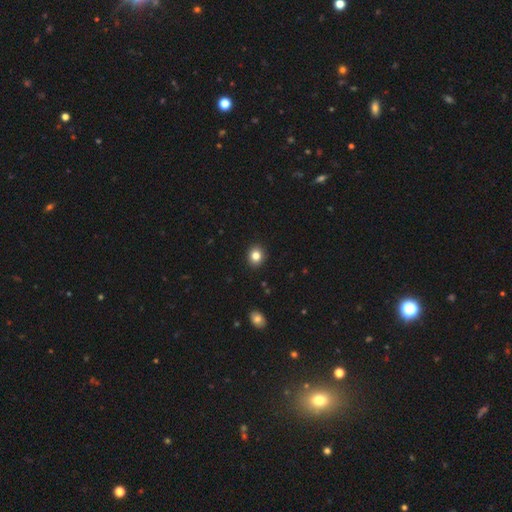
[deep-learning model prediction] Smooth or featured? smooth (82%)
How rounded? round (70%)
Merging? none (92%)